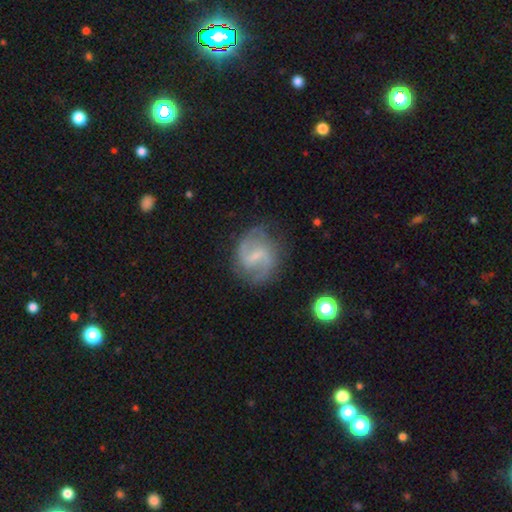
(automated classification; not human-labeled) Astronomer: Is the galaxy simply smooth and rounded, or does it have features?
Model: featured or disk — 83%.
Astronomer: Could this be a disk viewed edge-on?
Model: no — 98%.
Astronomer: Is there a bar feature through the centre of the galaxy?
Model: weak — 57%.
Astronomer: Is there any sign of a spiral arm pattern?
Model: yes — 94%.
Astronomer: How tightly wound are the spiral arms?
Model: medium — 49% (runner-up: loose, 38%).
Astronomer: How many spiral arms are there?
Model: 2 — 89%.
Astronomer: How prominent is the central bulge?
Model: small — 48% (runner-up: none, 34%).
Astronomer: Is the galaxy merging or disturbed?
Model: none — 75%.